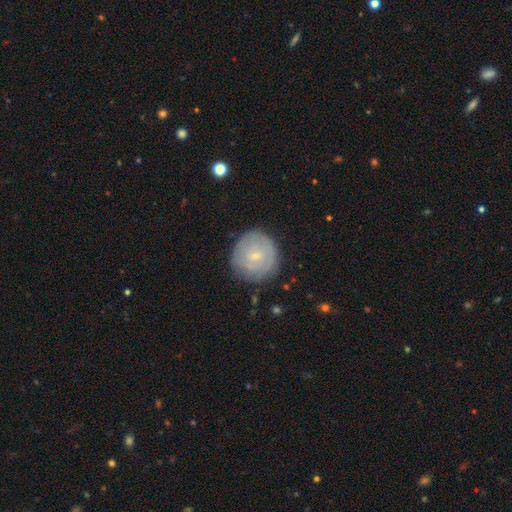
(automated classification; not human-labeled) featured or disk 51%, smooth 42%, star or artifact 7%. Down the decision tree: edge-on disk — no (97%); merging — none (81%).